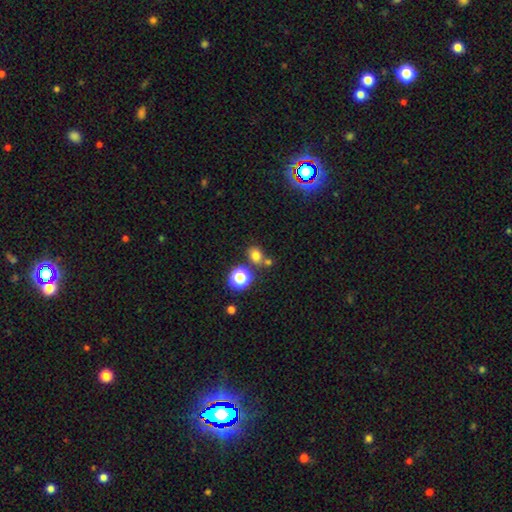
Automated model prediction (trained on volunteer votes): smooth-or-featured: smooth: 74% | star or artifact: 19% | featured or disk: 7%
  how-rounded: round: 58% | in between: 41% | cigar-shaped: 1%
  merging: none: 67% | merger: 19% | minor disturbance: 10% | major disturbance: 4%